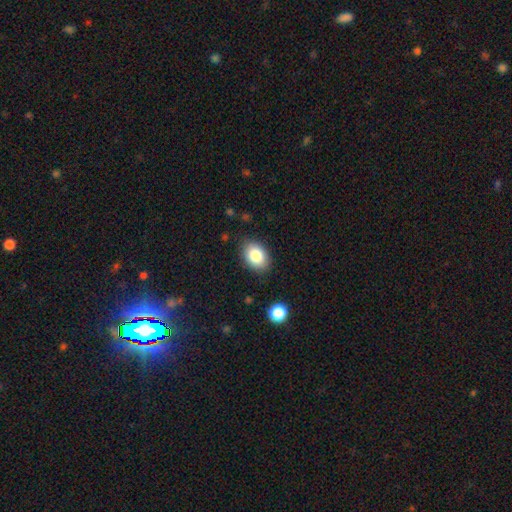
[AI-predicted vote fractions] This is clearly a smooth galaxy (85%). How rounded: clearly in between (80%). Merging: clearly none (84%).